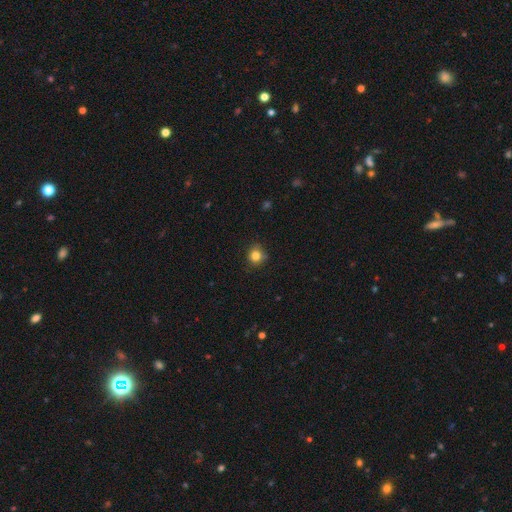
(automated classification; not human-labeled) Smooth or featured?
  - smooth: 82% *
  - star or artifact: 12%
  - featured or disk: 6%
How rounded?
  - round: 87% *
  - in between: 12%
  - cigar-shaped: 1%
Merging?
  - none: 80% *
  - minor disturbance: 16%
  - major disturbance: 3%
  - merger: 2%